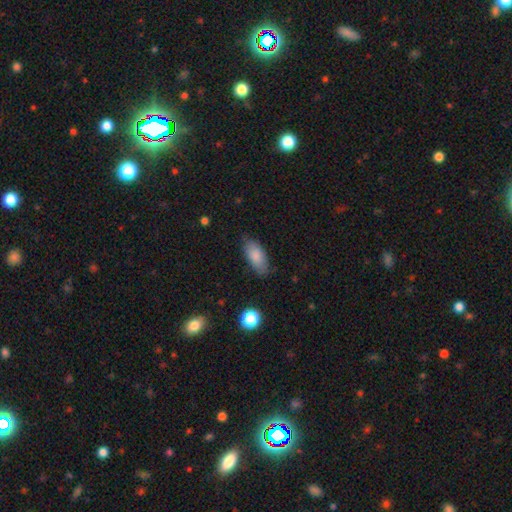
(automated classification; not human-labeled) Smooth or featured? smooth (84%)
How rounded? in between (88%)
Merging? none (78%)